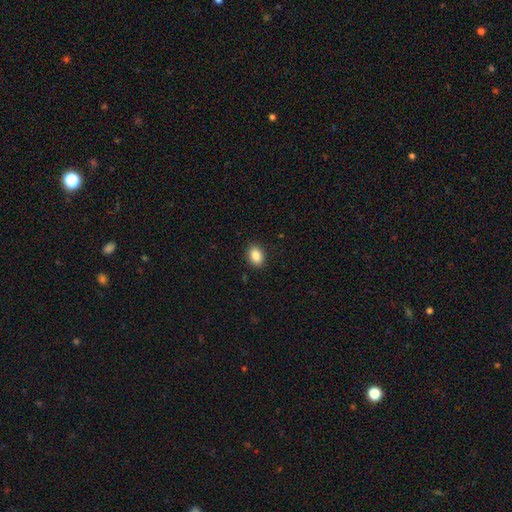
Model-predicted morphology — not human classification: Smooth or featured? smooth (87%)
How rounded? in between (77%)
Merging? none (89%)